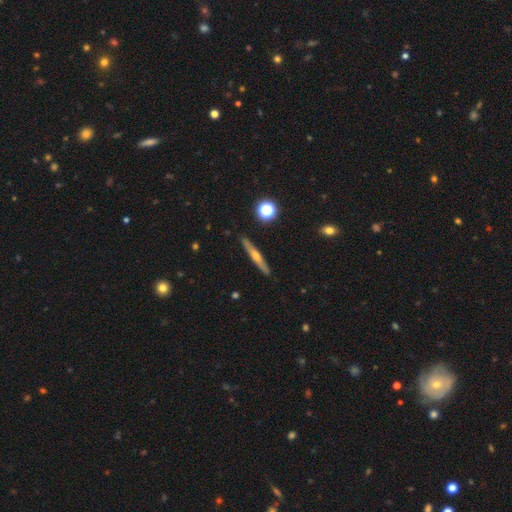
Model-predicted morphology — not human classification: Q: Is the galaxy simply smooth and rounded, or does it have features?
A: featured or disk — 65%.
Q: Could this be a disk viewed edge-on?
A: yes — 96%.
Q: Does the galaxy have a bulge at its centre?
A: rounded — 85%.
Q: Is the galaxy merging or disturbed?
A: none — 91%.